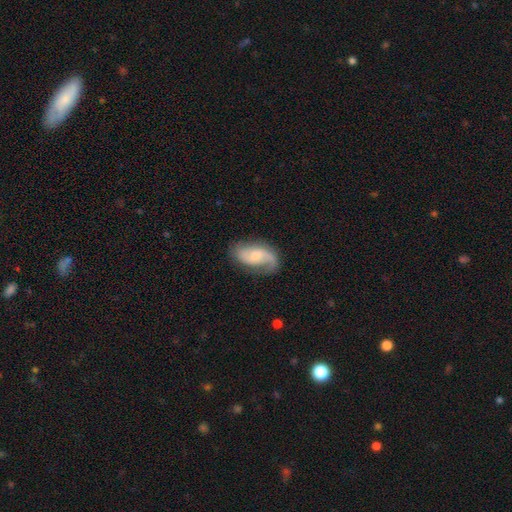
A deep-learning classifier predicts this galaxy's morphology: A featured or disk galaxy (77%) with no bar (54%), 2 (78%) loose (44%) spiral arms (95%) and a small central bulge (48%). Merging: none (70%).